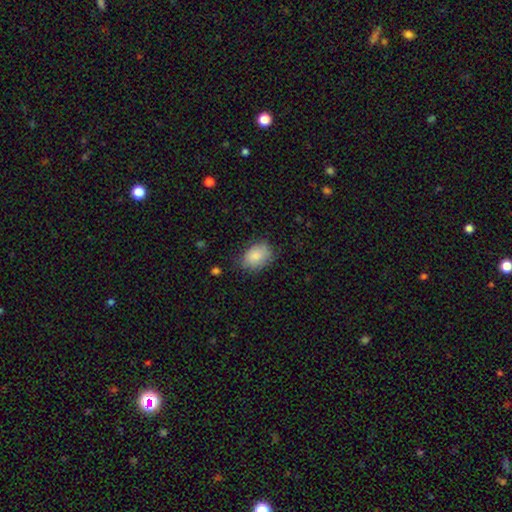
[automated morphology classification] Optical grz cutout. It shows a smooth galaxy with no disk features (85%) that is in between round and cigar-shaped (79%). Merging: none (69%).